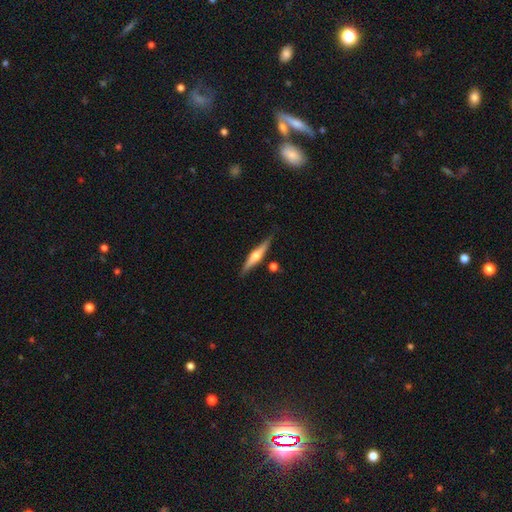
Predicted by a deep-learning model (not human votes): Smooth or featured? Predicted: featured or disk (p=0.67). Edge-on disk? Predicted: yes (p=0.97). Edge-on bulge? Predicted: rounded (p=0.92). Merging? Predicted: none (p=0.83).